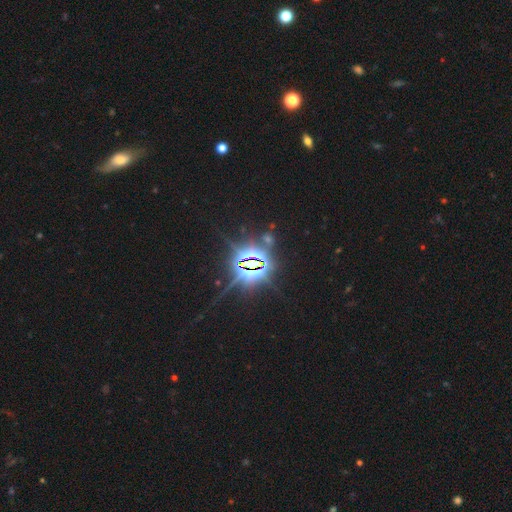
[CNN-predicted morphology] smooth-or-featured: star or artifact: 86% | smooth: 8% | featured or disk: 7%